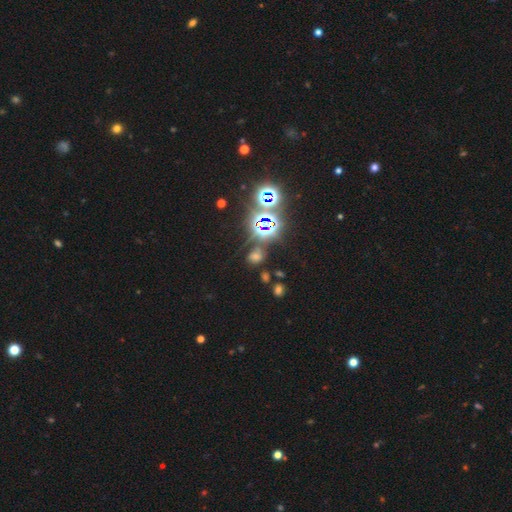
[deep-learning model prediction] Q: Smooth or featured?
A: star or artifact (61%); runner-up: smooth (30%)